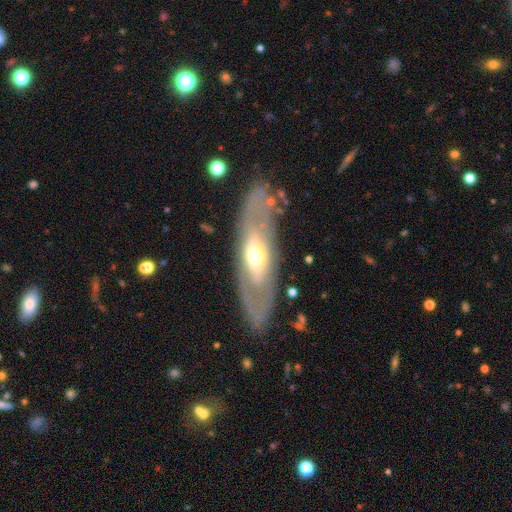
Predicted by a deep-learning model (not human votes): smooth-or-featured: featured or disk: 63% | smooth: 31% | star or artifact: 6%
  disk-edge-on: no: 69% | yes: 31%
  merging: none: 82% | minor disturbance: 11% | major disturbance: 5% | merger: 2%